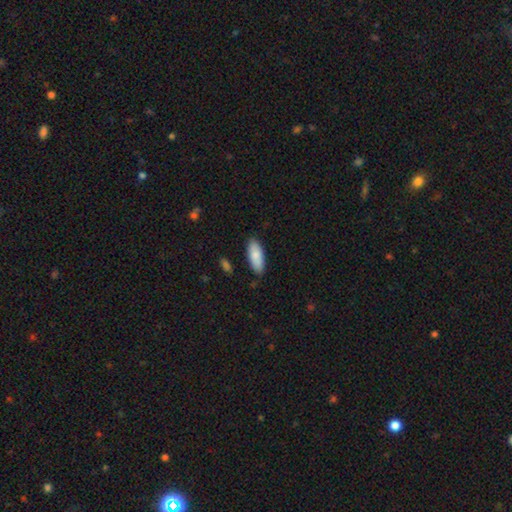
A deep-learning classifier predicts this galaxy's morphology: This is clearly a smooth galaxy (84%). How rounded: likely in between (79%). Merging: clearly none (85%).